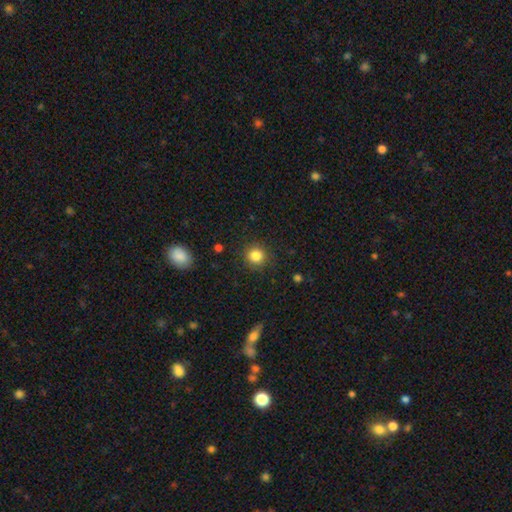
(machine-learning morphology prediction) This is clearly a smooth galaxy (84%). How rounded: clearly round (92%). Merging: clearly none (89%).